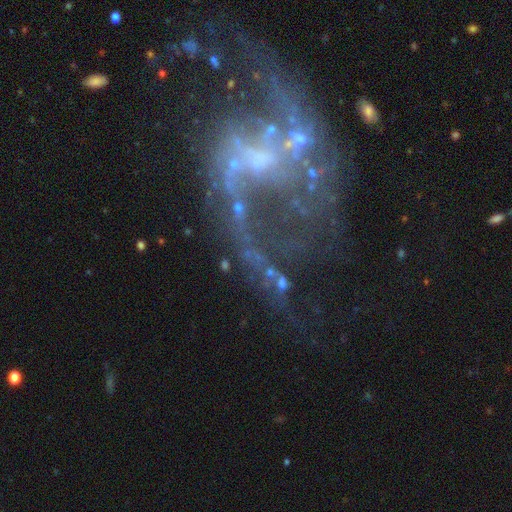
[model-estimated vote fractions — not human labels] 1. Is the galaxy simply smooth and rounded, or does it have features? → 66% featured or disk, 22% star or artifact, 12% smooth.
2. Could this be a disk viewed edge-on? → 96% no, 4% yes.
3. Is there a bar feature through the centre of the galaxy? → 63% no, 25% weak, 12% strong.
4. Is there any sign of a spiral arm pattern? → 56% yes, 44% no.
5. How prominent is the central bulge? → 46% none, 35% small, 15% moderate, 3% large, 2% dominant.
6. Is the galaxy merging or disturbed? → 39% major disturbance, 38% none, 14% minor disturbance, 10% merger.